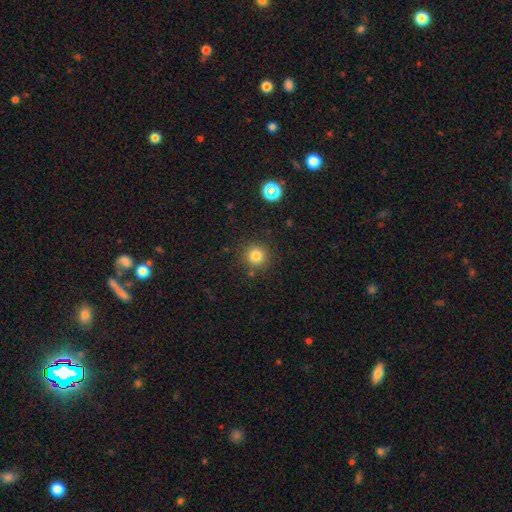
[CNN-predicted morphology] Smooth or featured?
  - smooth: 80% *
  - star or artifact: 14%
  - featured or disk: 6%
How rounded?
  - round: 94% *
  - in between: 5%
  - cigar-shaped: 1%
Merging?
  - none: 87% *
  - minor disturbance: 7%
  - merger: 3%
  - major disturbance: 3%